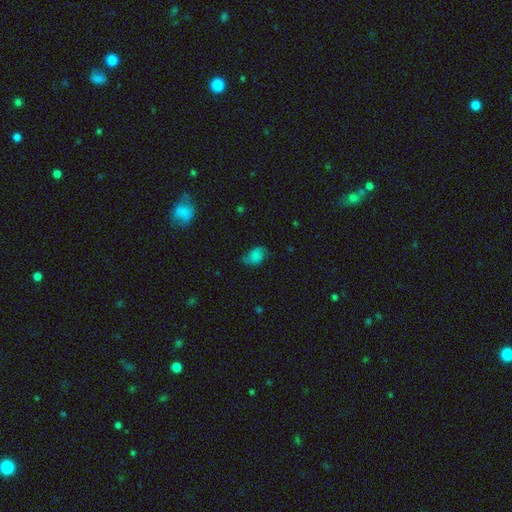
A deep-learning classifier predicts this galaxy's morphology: smooth 65%, featured or disk 23%, star or artifact 13%. Down the decision tree: how rounded — in between (75%); merging — none (54%).